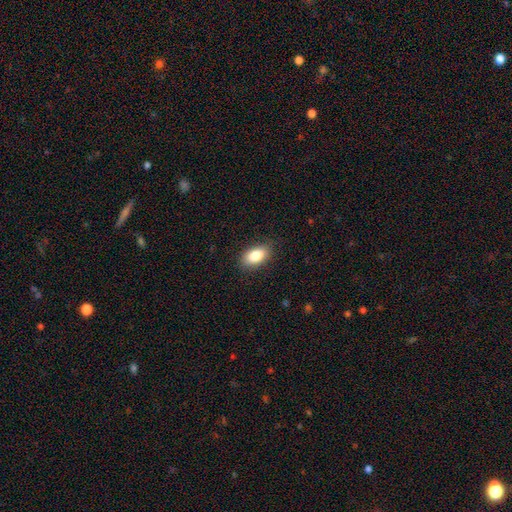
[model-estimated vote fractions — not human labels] Smooth or featured: smooth — 83% (featured or disk — 9%)
How rounded: in between — 91% (round — 5%)
Merging: none — 87% (minor disturbance — 10%)